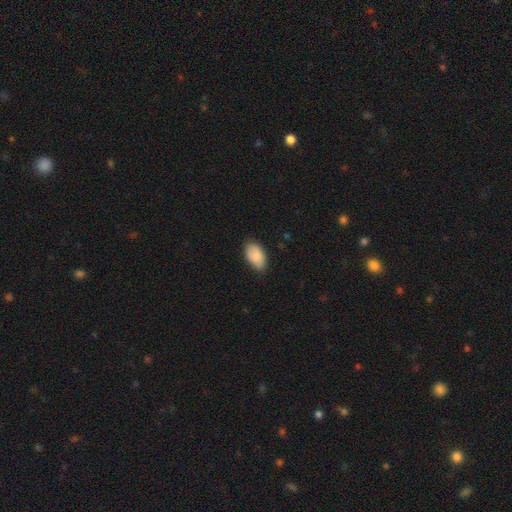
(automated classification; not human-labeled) This appears to be a smooth galaxy with no disk features (85%) that is in between round and cigar-shaped (94%). Merging: none (80%).